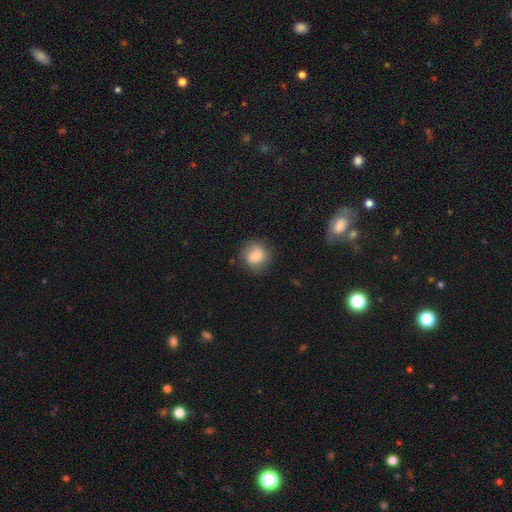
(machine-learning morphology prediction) Smooth or featured? Predicted: smooth (p=0.76). How rounded? Predicted: round (p=0.83). Merging? Predicted: none (p=0.79).